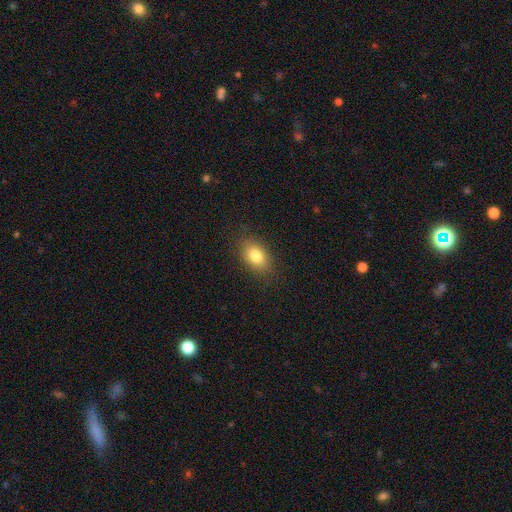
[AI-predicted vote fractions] This appears to be a smooth galaxy with no disk features (81%) that is in between round and cigar-shaped (85%). Merging: none (85%).